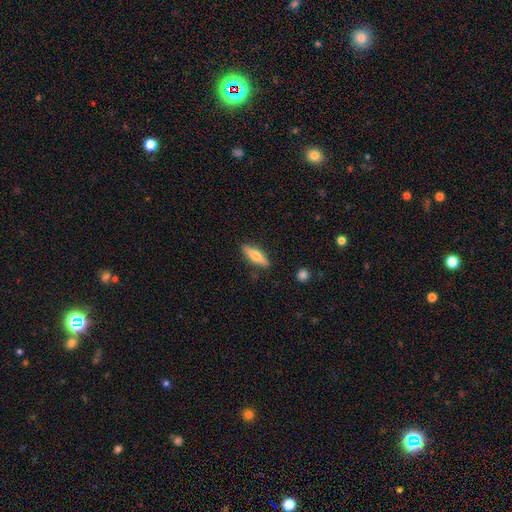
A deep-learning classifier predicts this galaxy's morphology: smooth_or_featured: smooth (p=0.53) [alt: featured or disk p=0.41]
how_rounded: cigar-shaped (p=0.65) [alt: in between p=0.32]
merging: none (p=0.86) [alt: minor disturbance p=0.10]